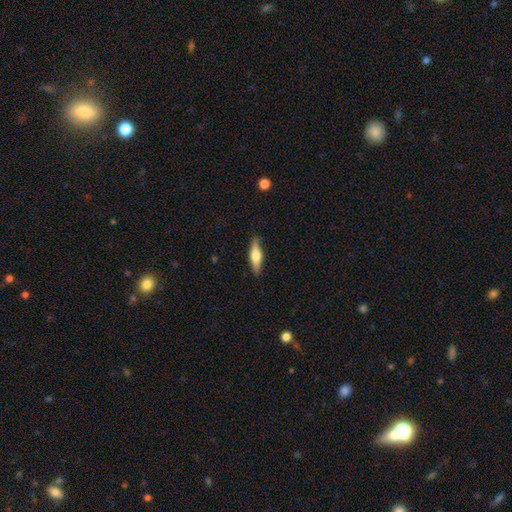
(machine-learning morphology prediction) Overall: smooth (54%; featured or disk 39%). How rounded: cigar-shaped (57%; in between 41%). Merging: none (86%).